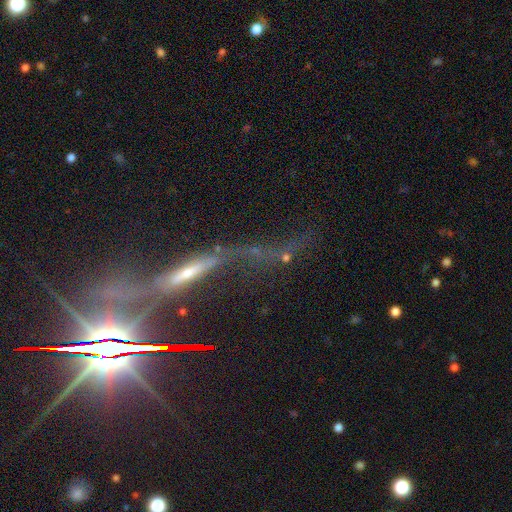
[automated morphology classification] Smooth or featured?
  - featured or disk: 57% *
  - star or artifact: 29%
  - smooth: 14%
Edge-on disk?
  - yes: 56% *
  - no: 44%
Merging?
  - none: 40% *
  - major disturbance: 32%
  - minor disturbance: 17%
  - merger: 11%